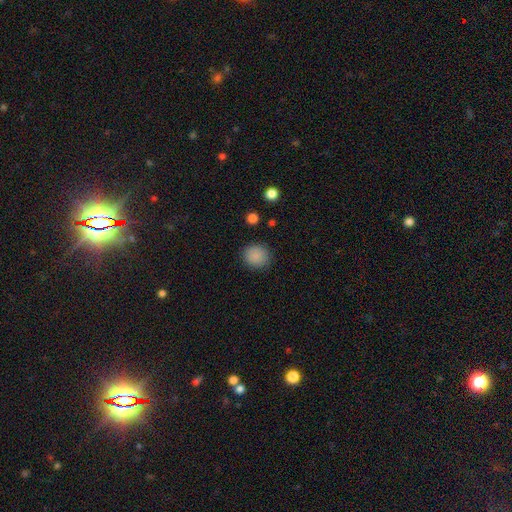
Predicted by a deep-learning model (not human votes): smooth 87%, star or artifact 9%, featured or disk 3%. Down the decision tree: how rounded — round (86%); merging — none (89%).